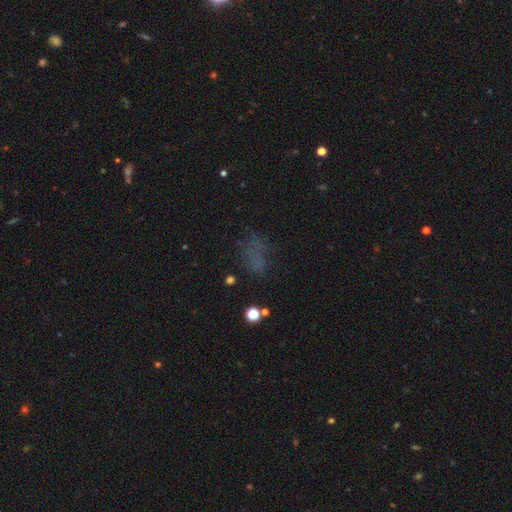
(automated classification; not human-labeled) A smooth galaxy with no disk features (49%). Merging: none (56%).